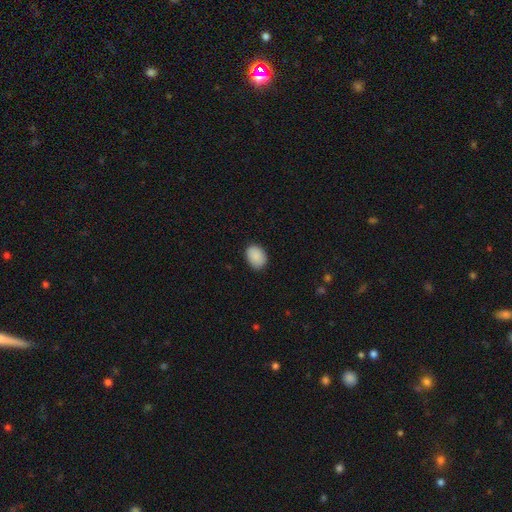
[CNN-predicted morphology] A smooth galaxy with no disk features (89%) that is in between round and cigar-shaped (73%).

Vote fractions:
- Smooth or featured? smooth: 89% / star or artifact: 7% / featured or disk: 4%
- How rounded? in between: 73% / round: 26% / cigar-shaped: 1%
- Merging? none: 84% / minor disturbance: 13% / major disturbance: 2% / merger: 1%